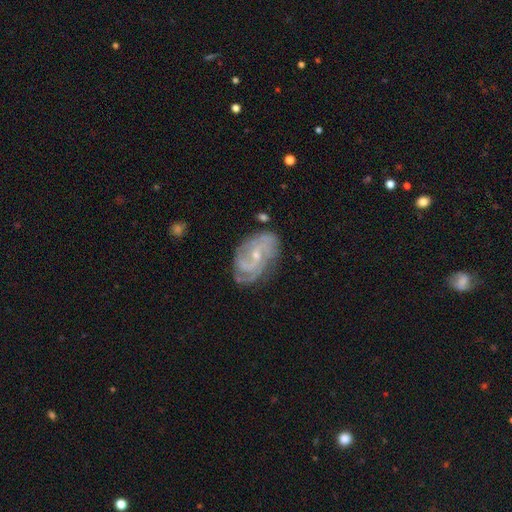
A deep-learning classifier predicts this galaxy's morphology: type=featured or disk (82%); edge-on=no (97%); bar=no (49%); spiral arms=yes (95%); winding=tight (49%); arm count=2 (30%); bulge=small (67%); merging=none (69%).